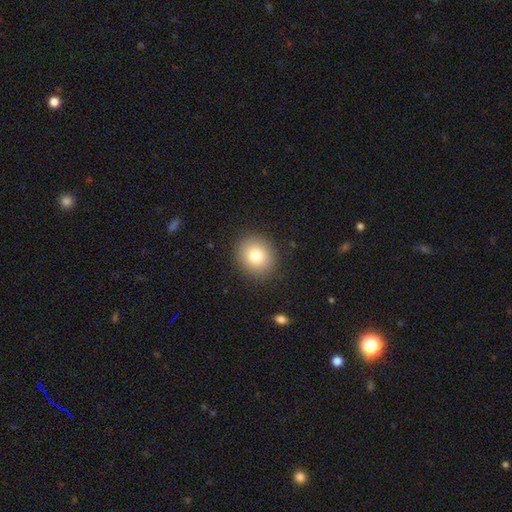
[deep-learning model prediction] A smooth galaxy with no disk features (79%) that is round (80%).

Vote fractions:
- Smooth or featured? smooth: 79% / star or artifact: 10% / featured or disk: 10%
- How rounded? round: 80% / in between: 19% / cigar-shaped: 1%
- Merging? none: 90% / minor disturbance: 7% / major disturbance: 3% / merger: 1%